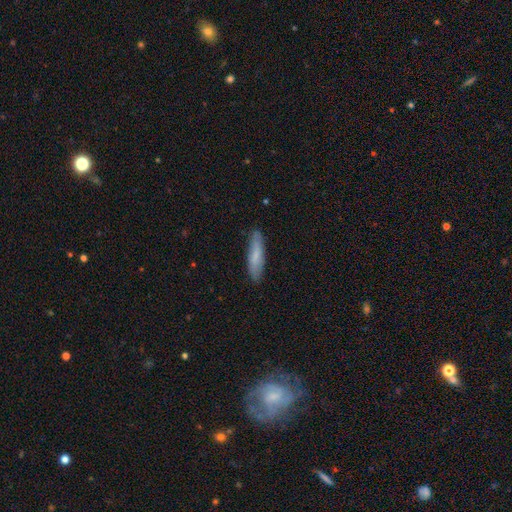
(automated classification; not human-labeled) Q: Smooth or featured?
A: smooth (74%); runner-up: featured or disk (20%)
Q: How rounded?
A: cigar-shaped (77%); runner-up: in between (22%)
Q: Merging?
A: none (84%); runner-up: minor disturbance (12%)